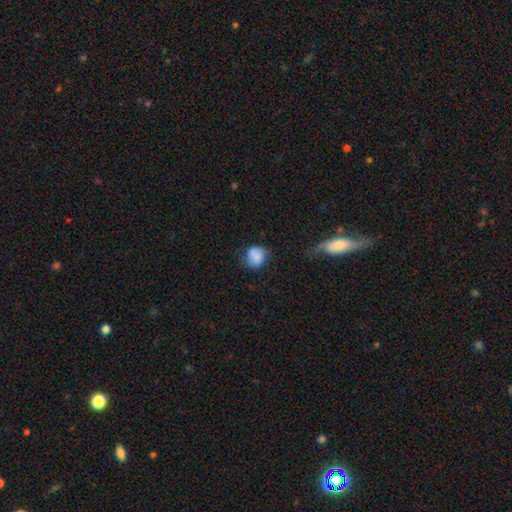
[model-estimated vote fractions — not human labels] Smooth or featured: smooth — 80% (featured or disk — 11%)
How rounded: round — 76% (in between — 23%)
Merging: none — 57% (minor disturbance — 25%)